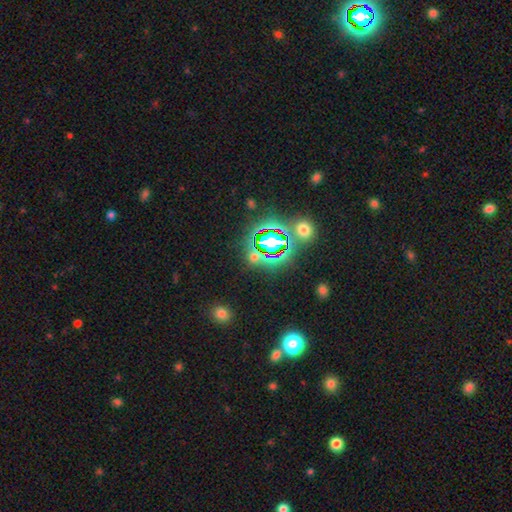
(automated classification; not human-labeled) The model was most divided on "smooth or featured": star or artifact: 71%, smooth: 18%, featured or disk: 10%.